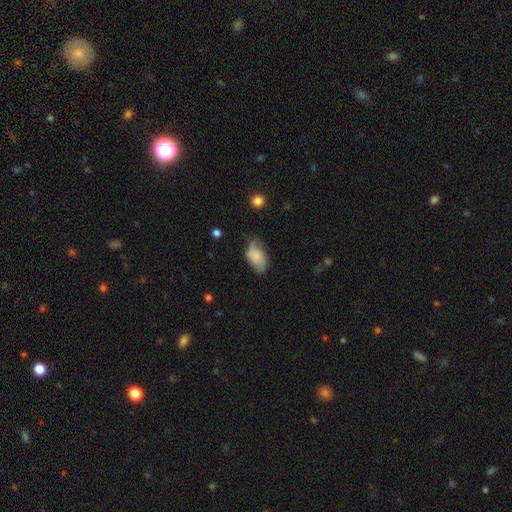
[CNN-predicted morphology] Overall: smooth (65%; featured or disk 27%). How rounded: in between (93%). Merging: none (48%; minor disturbance 36%).